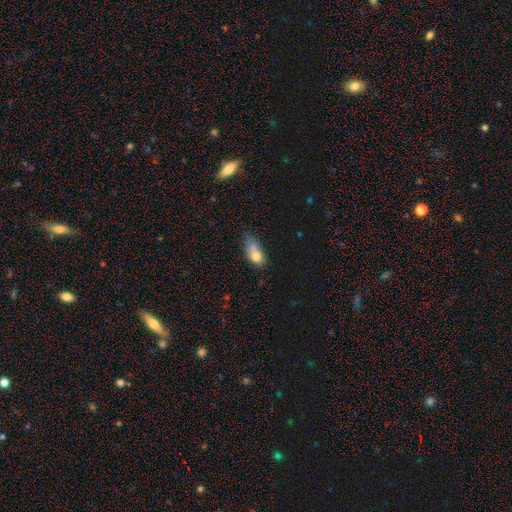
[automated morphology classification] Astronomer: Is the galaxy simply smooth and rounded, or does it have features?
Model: smooth — 69%.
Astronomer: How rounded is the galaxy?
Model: in between — 70%.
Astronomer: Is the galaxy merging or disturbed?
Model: minor disturbance — 27%, tied with none at 27%.